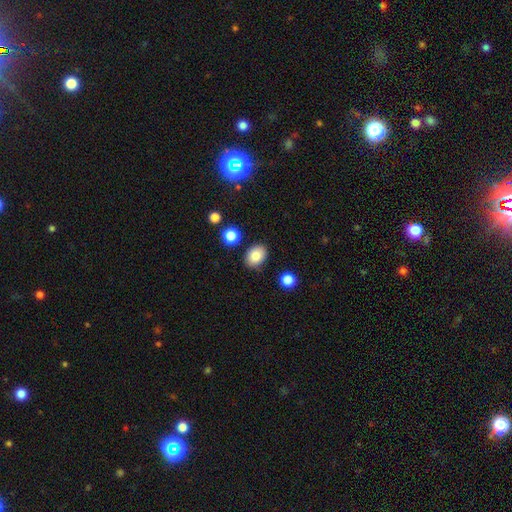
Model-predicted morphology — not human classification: Smooth or featured? smooth (84%)
How rounded? in between (73%)
Merging? none (85%)